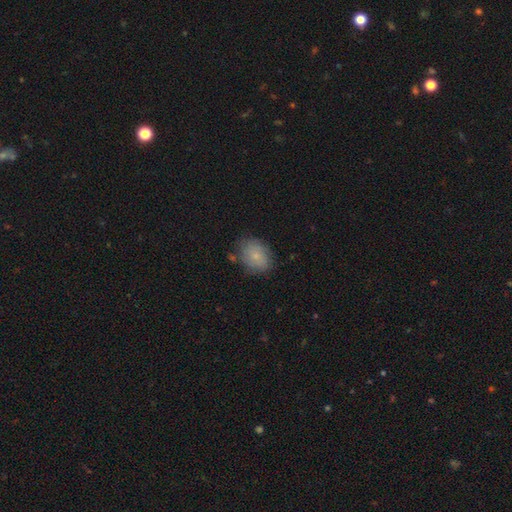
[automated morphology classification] This appears to be a smooth galaxy with no disk features (78%) that is in between round and cigar-shaped (65%). Merging: none (76%).